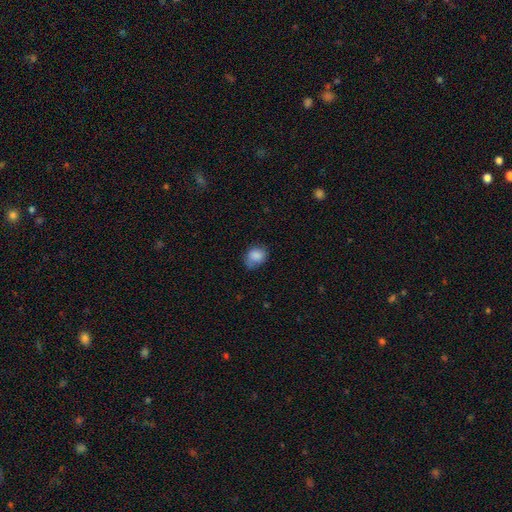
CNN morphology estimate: The model was most divided on "how rounded": round: 50%, in between: 49%, cigar-shaped: 1%. More confident: smooth or featured — smooth (82%); merging — none (52%).